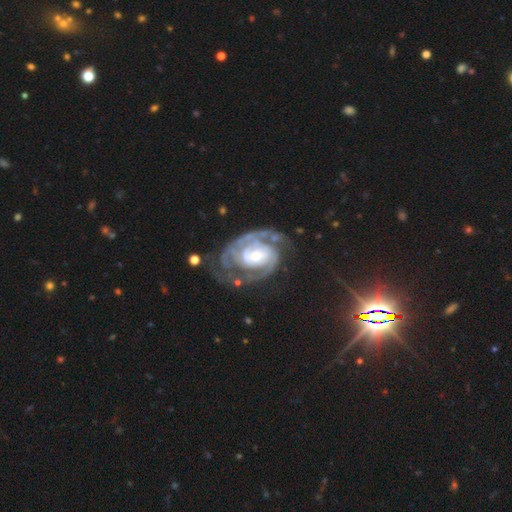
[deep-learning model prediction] Smooth or featured: featured or disk — 91% (smooth — 5%)
Edge-on disk: no — 98% (yes — 2%)
Bar: no — 53% (weak — 33%)
Spiral arms: yes — 96% (no — 4%)
Spiral winding: tight — 55% (medium — 36%)
Spiral arm count: 2 — 62% (can't tell — 14%)
Bulge size: moderate — 54% (small — 37%)
Merging: none — 57% (minor disturbance — 20%)